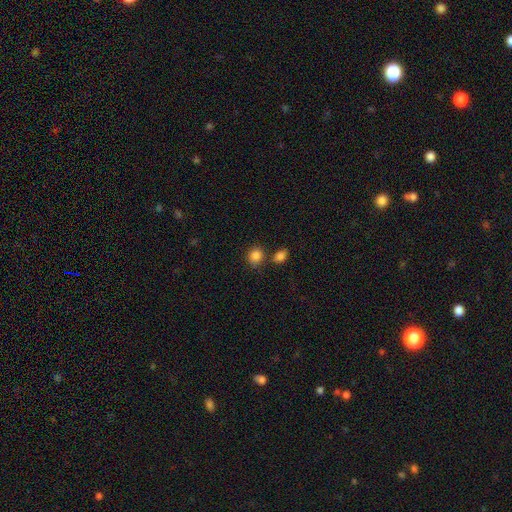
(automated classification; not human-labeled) smooth_or_featured: smooth (p=0.85) [alt: star or artifact p=0.10]
how_rounded: round (p=0.69) [alt: in between p=0.30]
merging: none (p=0.69) [alt: merger p=0.16]